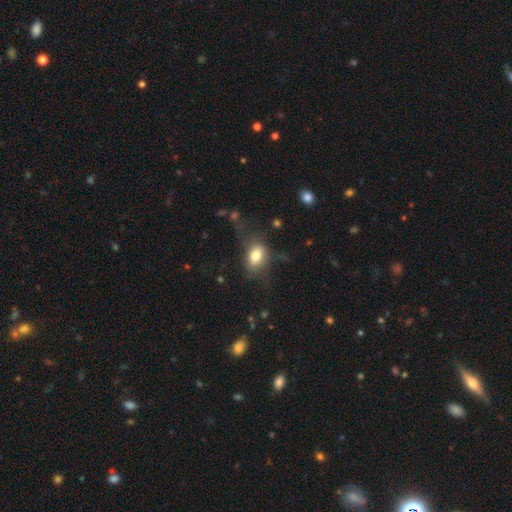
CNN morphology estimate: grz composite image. It shows a smooth galaxy with no disk features (76%) that is in between round and cigar-shaped (79%). Merging: none (53%).